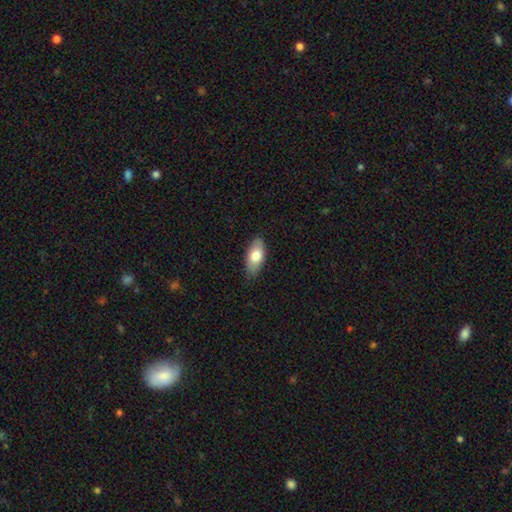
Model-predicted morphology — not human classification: A smooth galaxy with no disk features (75%) that is in between round and cigar-shaped (89%). Merging: none (83%).